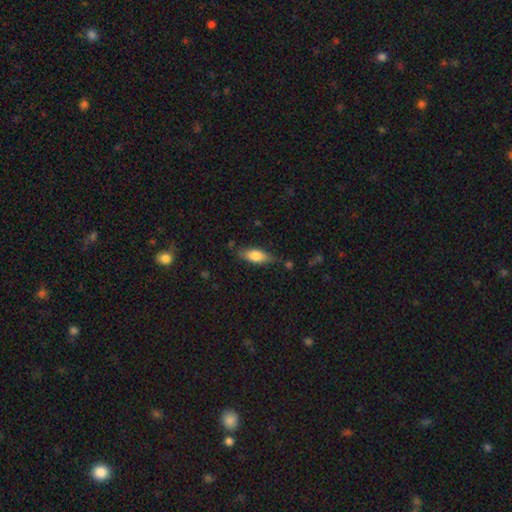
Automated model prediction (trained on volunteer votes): Smooth or featured?
  - smooth: 72% *
  - featured or disk: 21%
  - star or artifact: 7%
How rounded?
  - in between: 74% *
  - cigar-shaped: 23%
  - round: 3%
Merging?
  - none: 71% *
  - minor disturbance: 21%
  - major disturbance: 5%
  - merger: 3%